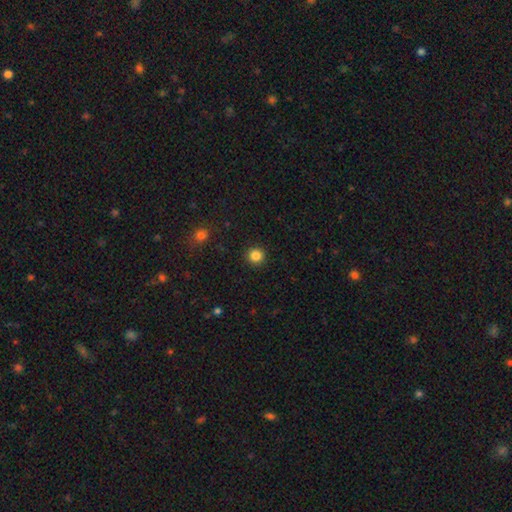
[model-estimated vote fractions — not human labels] smooth-or-featured: smooth: 85% | star or artifact: 11% | featured or disk: 4%
  how-rounded: round: 95% | in between: 5% | cigar-shaped: 1%
  merging: none: 92% | minor disturbance: 5% | major disturbance: 2% | merger: 1%